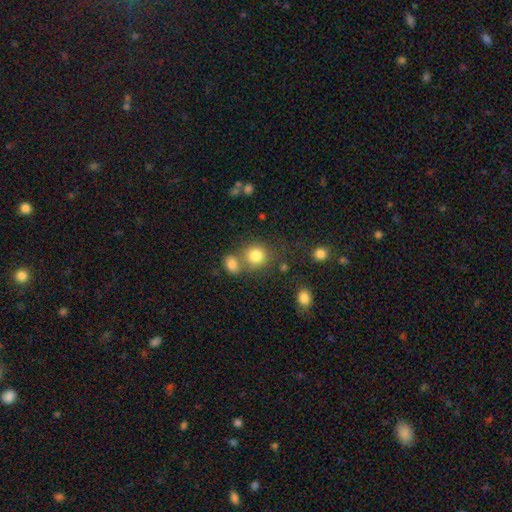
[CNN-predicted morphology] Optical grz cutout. It shows a smooth galaxy with no disk features (80%) that is round (84%). Merging: none (56%).